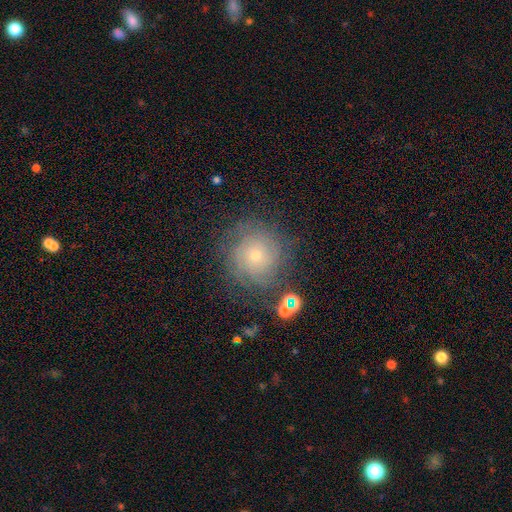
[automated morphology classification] A featured or disk galaxy (54%) with no bar (85%), spiral arms (82%) and a small central bulge (69%). Merging: none (73%).